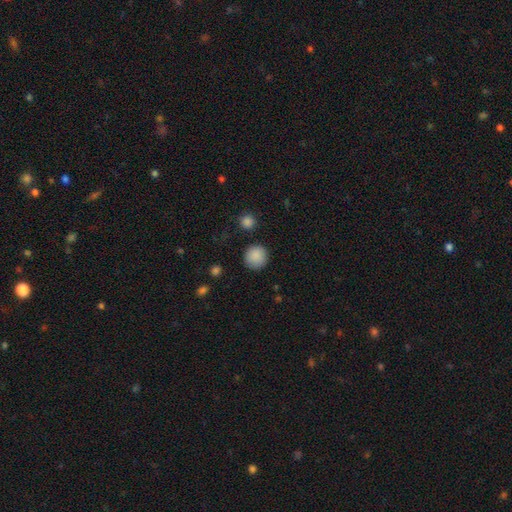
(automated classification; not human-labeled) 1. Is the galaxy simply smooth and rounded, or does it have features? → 88% smooth, 8% star or artifact, 3% featured or disk.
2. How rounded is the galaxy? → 93% round, 6% in between, 1% cigar-shaped.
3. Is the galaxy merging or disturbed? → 88% none, 8% minor disturbance, 3% major disturbance, 2% merger.